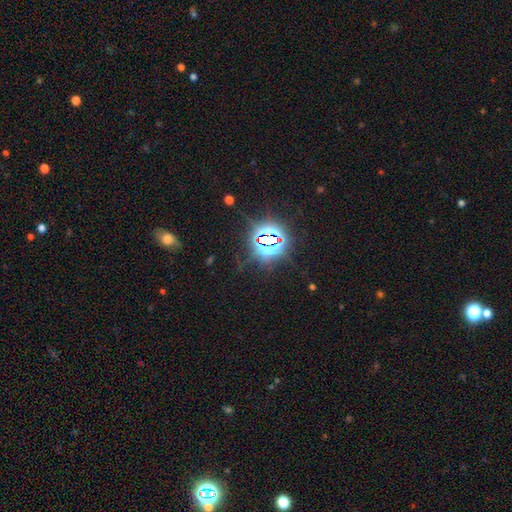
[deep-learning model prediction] Smooth or featured? star or artifact (80%)